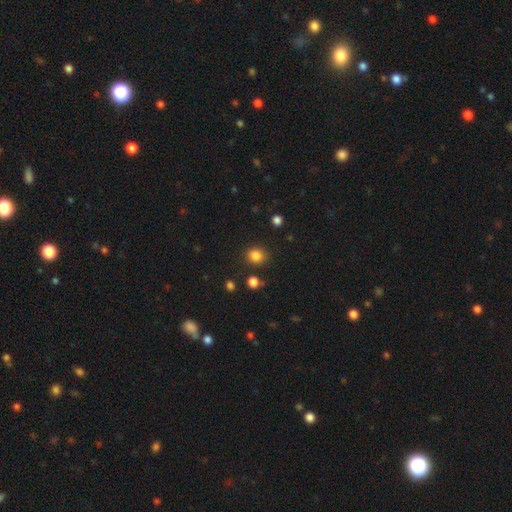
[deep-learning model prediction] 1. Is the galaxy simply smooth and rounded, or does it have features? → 84% smooth, 12% star or artifact, 4% featured or disk.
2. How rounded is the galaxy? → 78% round, 21% in between, 1% cigar-shaped.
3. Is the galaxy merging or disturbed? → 85% none, 9% minor disturbance, 3% merger, 3% major disturbance.